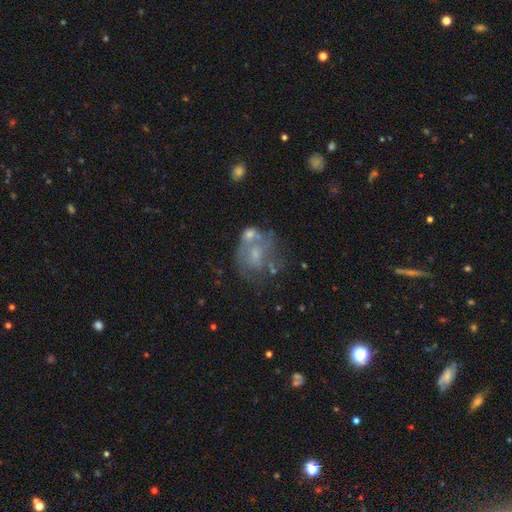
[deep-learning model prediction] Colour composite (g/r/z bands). It shows a featured or disk galaxy (57%) with no bar (74%), no spiral arms (63%) and a small central bulge (53%). Merging: none (35%).